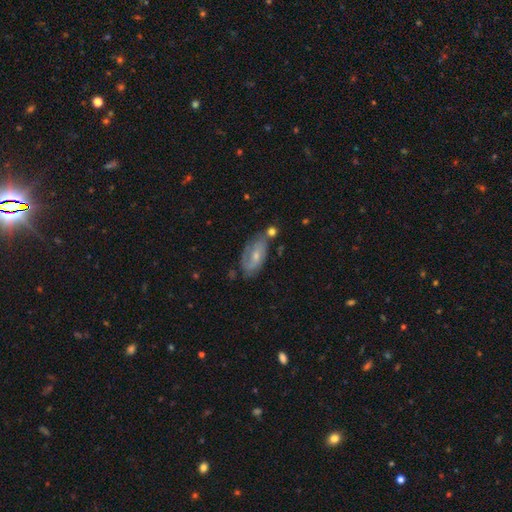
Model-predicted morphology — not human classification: smooth_or_featured: featured or disk (p=0.62) [alt: smooth p=0.30]
disk_edge_on: no (p=0.91) [alt: yes p=0.09]
bar: no (p=0.53) [alt: weak p=0.38]
has_spiral_arms: yes (p=0.80) [alt: no p=0.20]
bulge_size: small (p=0.54) [alt: moderate p=0.41]
merging: none (p=0.61) [alt: minor disturbance p=0.24]